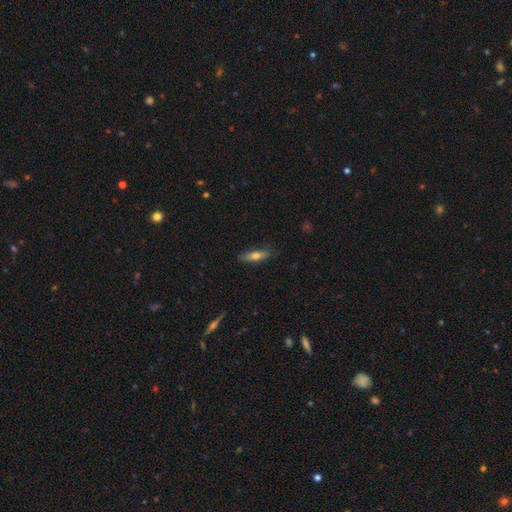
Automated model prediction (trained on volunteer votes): Morphology: type=smooth (64%); roundness=cigar-shaped (60%); merging=none (82%).